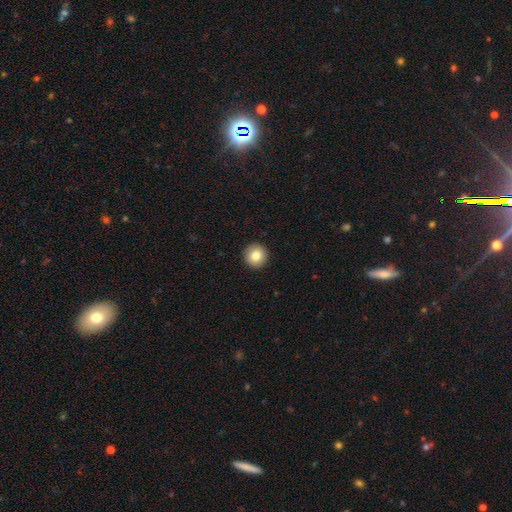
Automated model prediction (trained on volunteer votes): Morphology: type=smooth (82%); roundness=round (95%); merging=none (93%).